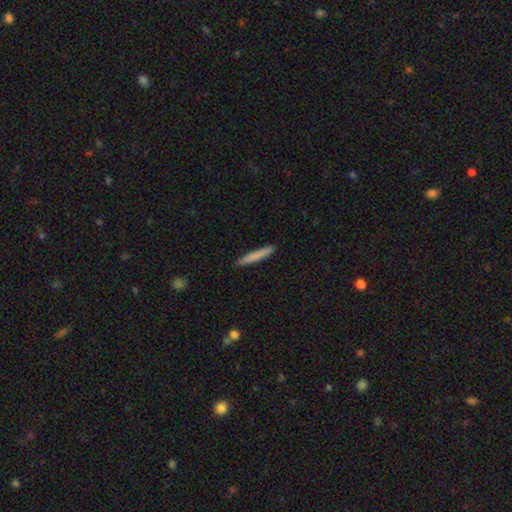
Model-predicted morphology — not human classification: Smooth or featured? Predicted: smooth (p=0.78). How rounded? Predicted: cigar-shaped (p=0.96). Merging? Predicted: none (p=0.91).